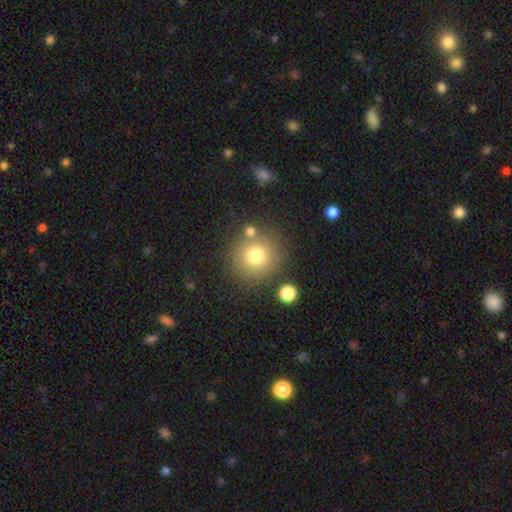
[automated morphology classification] A smooth galaxy with no disk features (77%) that is round (94%). Merging: none (79%).